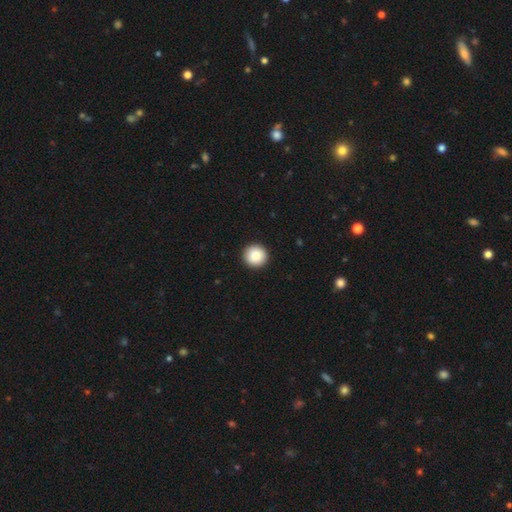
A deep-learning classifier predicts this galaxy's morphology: A smooth galaxy with no disk features (87%) that is round (96%). Merging: none (94%).